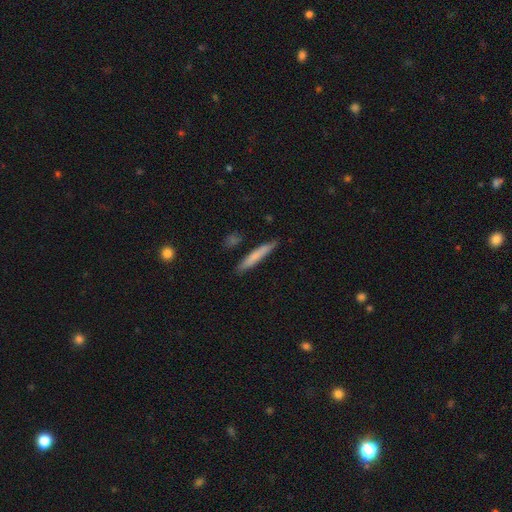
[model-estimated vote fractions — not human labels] smooth 73%, featured or disk 22%, star or artifact 6%. Down the decision tree: how rounded — cigar-shaped (94%); merging — none (84%).